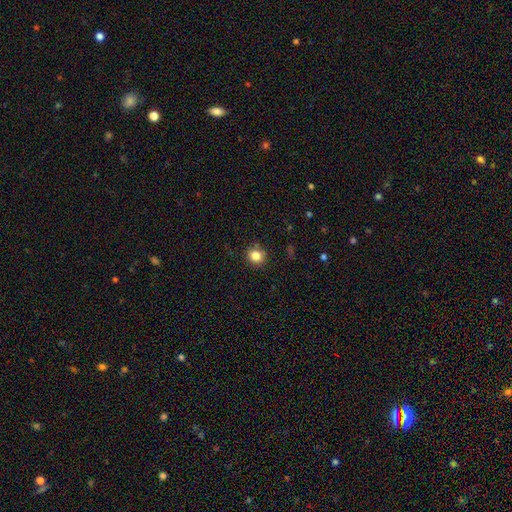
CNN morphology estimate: Q: Smooth or featured?
A: smooth (82%); runner-up: star or artifact (12%)
Q: How rounded?
A: round (86%); runner-up: in between (13%)
Q: Merging?
A: none (86%); runner-up: minor disturbance (9%)